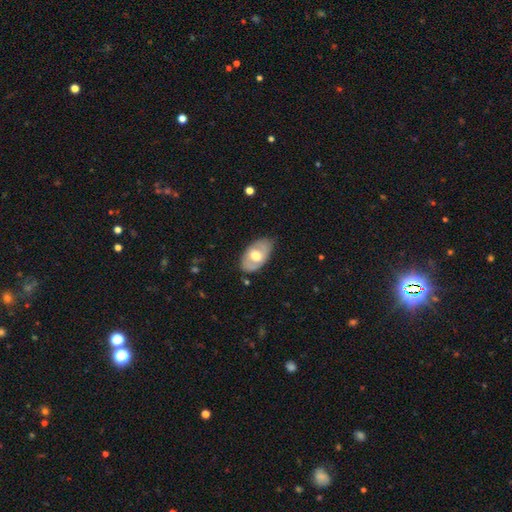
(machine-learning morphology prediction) This is possibly a featured or disk galaxy (48%). Merging: likely none (71%).